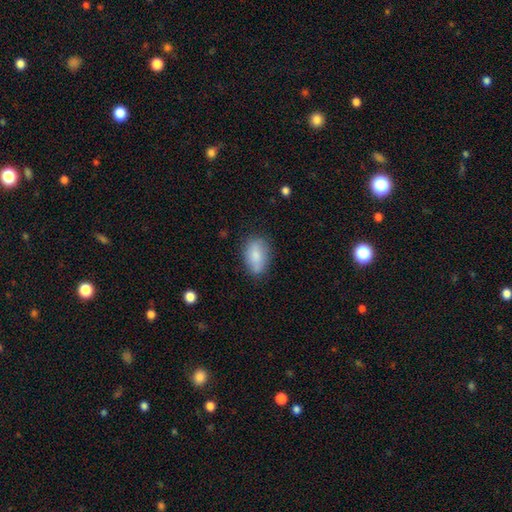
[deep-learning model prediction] A smooth galaxy with no disk features (78%) that is in between round and cigar-shaped (87%). Merging: none (70%).